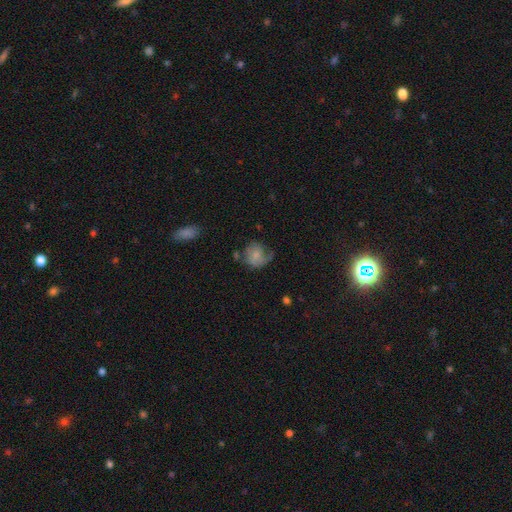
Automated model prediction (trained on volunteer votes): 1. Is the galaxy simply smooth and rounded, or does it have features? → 55% smooth, 37% featured or disk, 9% star or artifact.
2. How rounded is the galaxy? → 70% round, 29% in between, 1% cigar-shaped.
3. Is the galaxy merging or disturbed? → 39% none, 28% minor disturbance, 28% major disturbance, 5% merger.